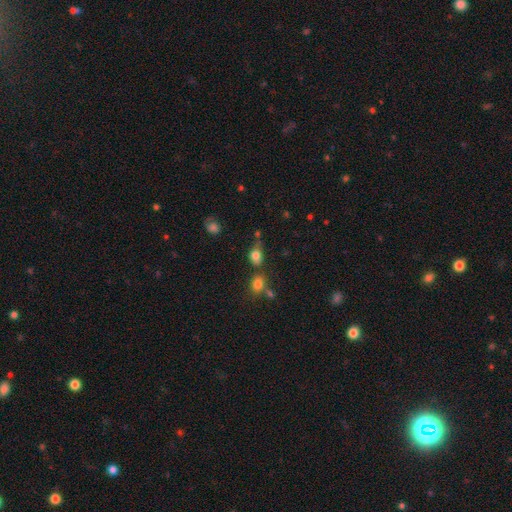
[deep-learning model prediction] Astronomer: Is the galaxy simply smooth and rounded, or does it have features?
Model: smooth — 79%.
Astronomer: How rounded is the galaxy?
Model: in between — 68%.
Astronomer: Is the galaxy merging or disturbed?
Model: none — 51%.